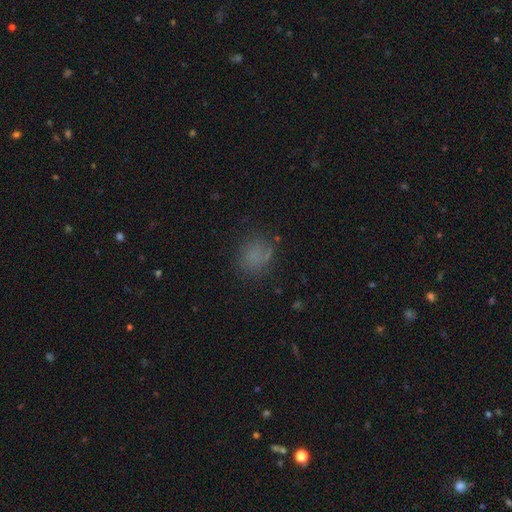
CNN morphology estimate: smooth 69%, star or artifact 19%, featured or disk 12%. Down the decision tree: how rounded — round (62%); merging — none (67%).